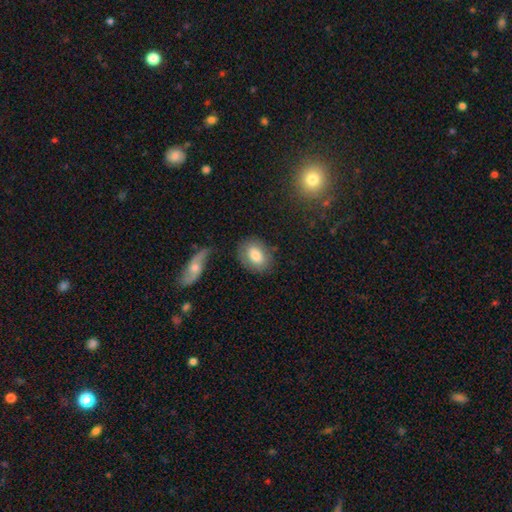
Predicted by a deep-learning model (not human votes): Smooth or featured? smooth (77%)
How rounded? in between (74%)
Merging? none (72%)